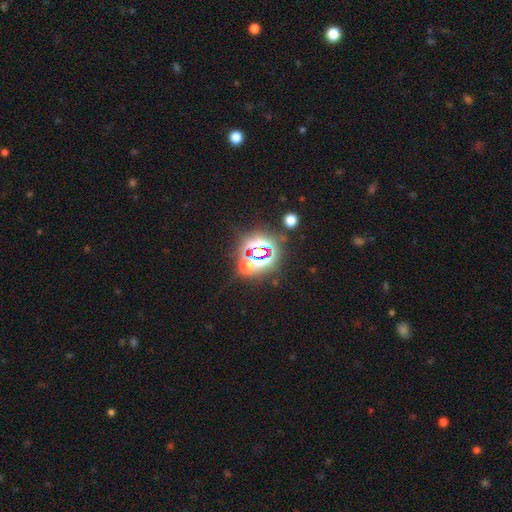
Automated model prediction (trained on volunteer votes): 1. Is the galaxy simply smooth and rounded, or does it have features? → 79% star or artifact, 13% smooth, 9% featured or disk.